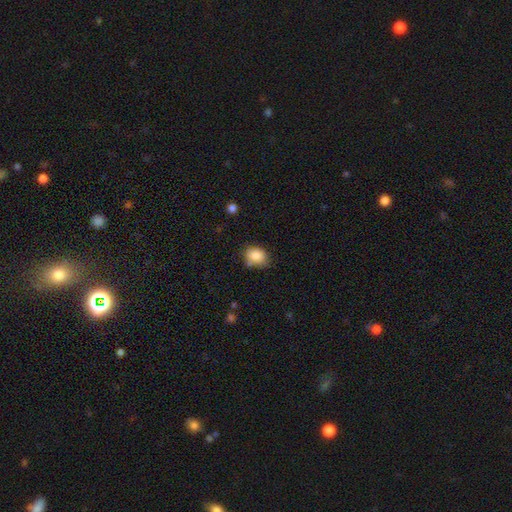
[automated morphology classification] This is clearly a smooth galaxy (86%). How rounded: possibly in between (56%). Merging: likely none (67%).